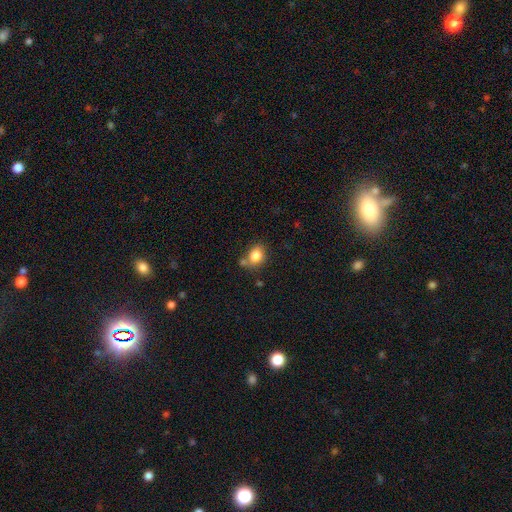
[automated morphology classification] A smooth galaxy with no disk features (83%) that is in between round and cigar-shaped (56%).

Vote fractions:
- Smooth or featured? smooth: 83% / star or artifact: 9% / featured or disk: 8%
- How rounded? in between: 56% / round: 43% / cigar-shaped: 1%
- Merging? none: 59% / merger: 19% / minor disturbance: 18% / major disturbance: 5%